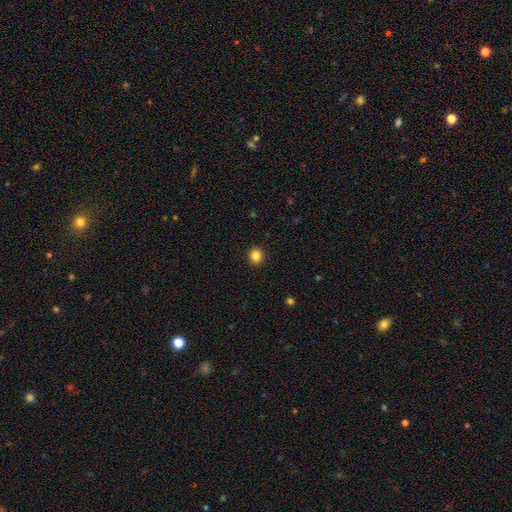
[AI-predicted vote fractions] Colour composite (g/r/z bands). It shows a smooth galaxy with no disk features (84%) that is round (88%). Merging: none (93%).